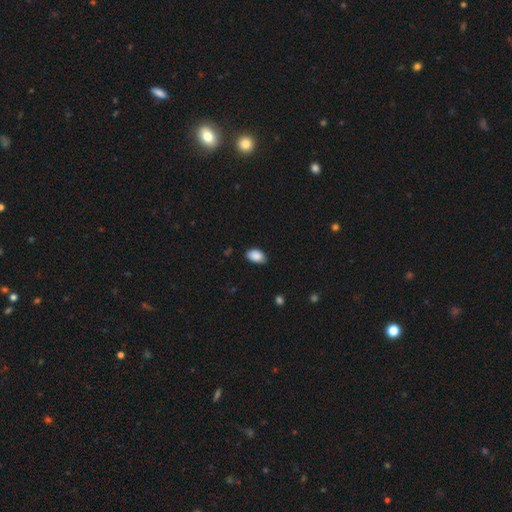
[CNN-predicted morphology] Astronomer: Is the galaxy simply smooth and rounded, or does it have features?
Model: smooth — 89%.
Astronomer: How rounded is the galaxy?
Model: in between — 91%.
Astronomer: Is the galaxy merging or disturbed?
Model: none — 75%.